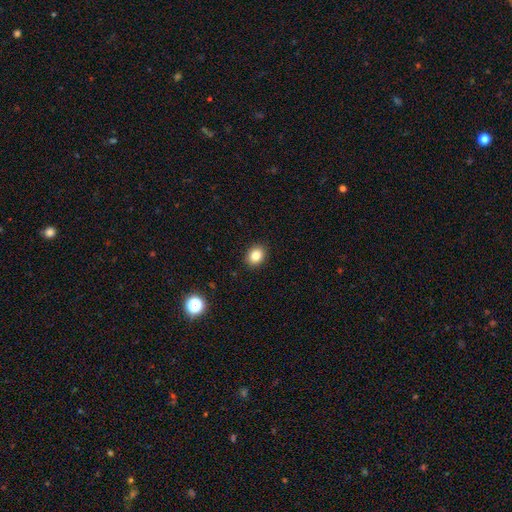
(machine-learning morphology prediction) This is clearly a smooth galaxy (83%). How rounded: possibly round (56%). Merging: clearly none (91%).